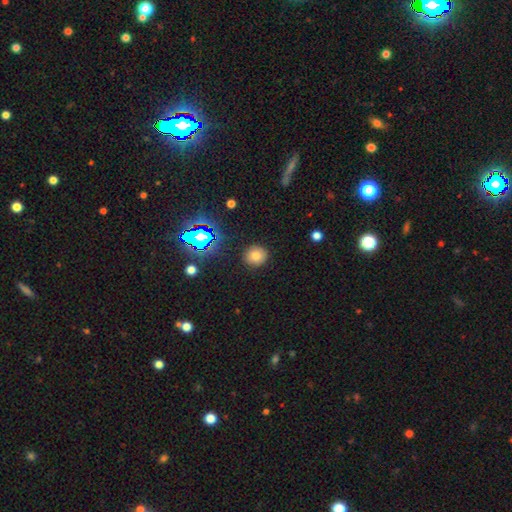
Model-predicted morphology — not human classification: A smooth galaxy with no disk features (74%) that is round (86%). Merging: none (89%).